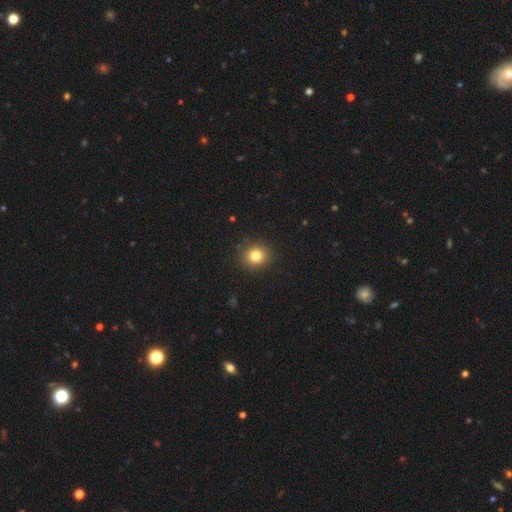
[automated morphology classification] smooth_or_featured: smooth (p=0.81) [alt: star or artifact p=0.12]
how_rounded: round (p=0.81) [alt: in between p=0.18]
merging: none (p=0.89) [alt: minor disturbance p=0.08]